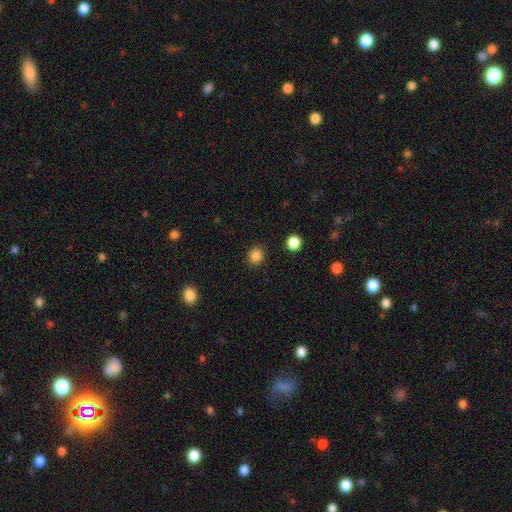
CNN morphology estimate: Overall: smooth (85%). How rounded: round (83%). Merging: none (90%).